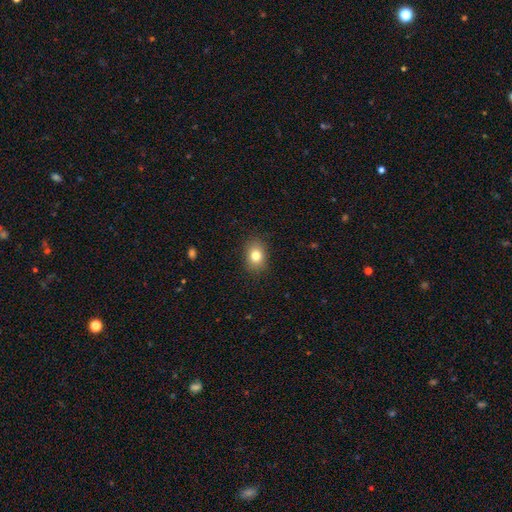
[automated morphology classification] Q: Smooth or featured?
A: smooth (80%); runner-up: star or artifact (11%)
Q: How rounded?
A: in between (61%); runner-up: round (38%)
Q: Merging?
A: none (87%); runner-up: minor disturbance (9%)